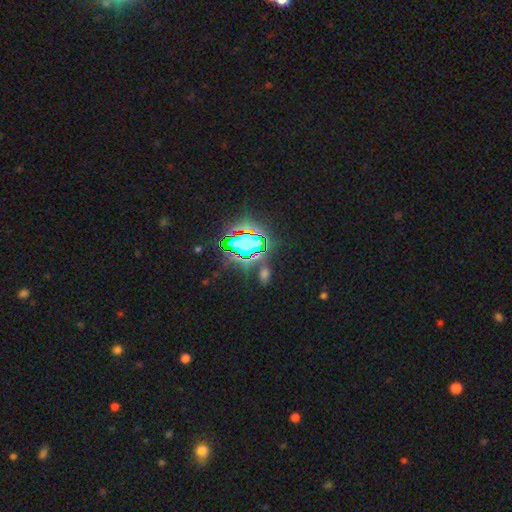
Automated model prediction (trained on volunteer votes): Overall: star or artifact (81%).